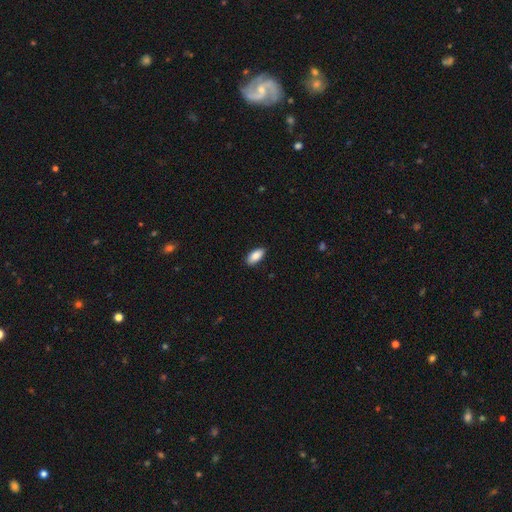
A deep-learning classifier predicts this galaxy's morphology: Overall: smooth (88%). How rounded: in between (90%). Merging: none (88%).